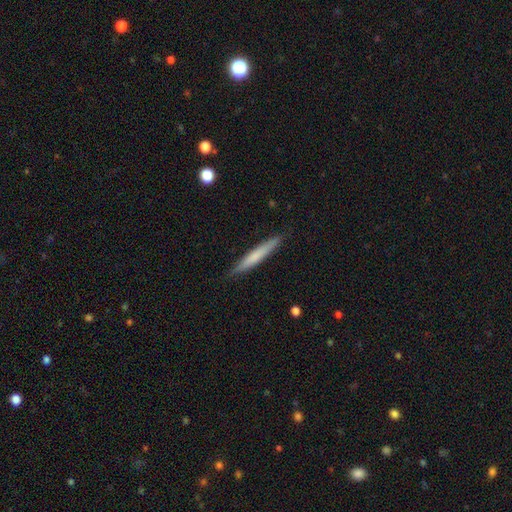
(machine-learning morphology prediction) type=smooth (64%); roundness=cigar-shaped (96%); merging=none (89%).